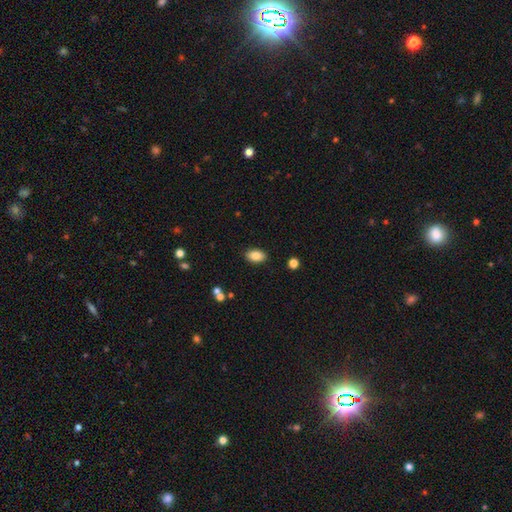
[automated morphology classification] Smooth or featured: smooth — 84% (star or artifact — 8%)
How rounded: in between — 91% (round — 8%)
Merging: none — 88% (minor disturbance — 8%)